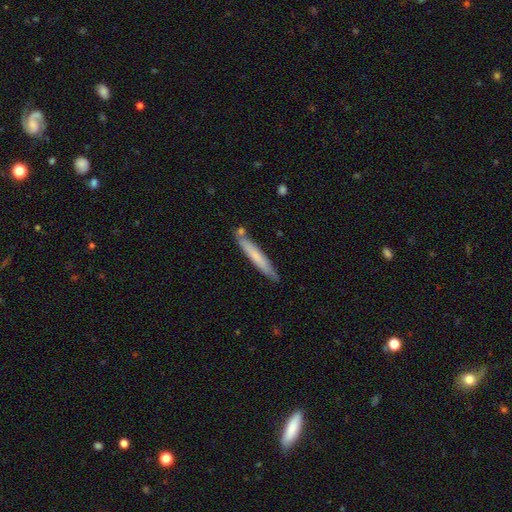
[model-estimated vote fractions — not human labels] Q: Smooth or featured?
A: smooth (66%); runner-up: featured or disk (28%)
Q: How rounded?
A: cigar-shaped (95%); runner-up: in between (4%)
Q: Merging?
A: none (80%); runner-up: minor disturbance (12%)